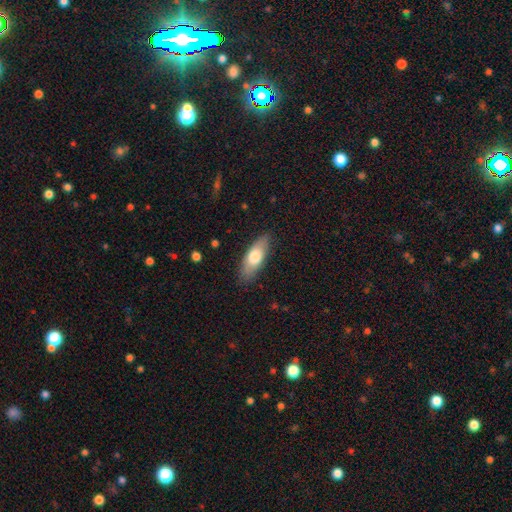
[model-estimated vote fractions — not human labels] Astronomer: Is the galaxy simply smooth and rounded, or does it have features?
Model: smooth — 69%.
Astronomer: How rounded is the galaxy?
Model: in between — 67%.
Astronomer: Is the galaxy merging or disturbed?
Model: none — 85%.